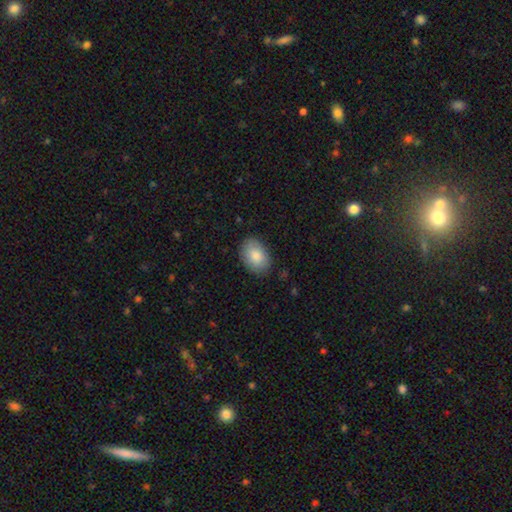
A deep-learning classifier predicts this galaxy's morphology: Smooth or featured: smooth — 85% (featured or disk — 9%)
How rounded: in between — 84% (round — 15%)
Merging: none — 84% (minor disturbance — 12%)